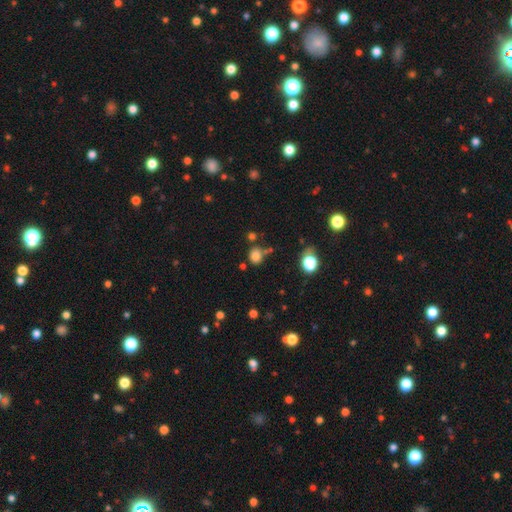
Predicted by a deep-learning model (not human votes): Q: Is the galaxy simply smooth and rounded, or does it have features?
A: smooth — 79%.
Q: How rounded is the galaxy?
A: round — 73%.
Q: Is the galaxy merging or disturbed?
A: none — 67%.